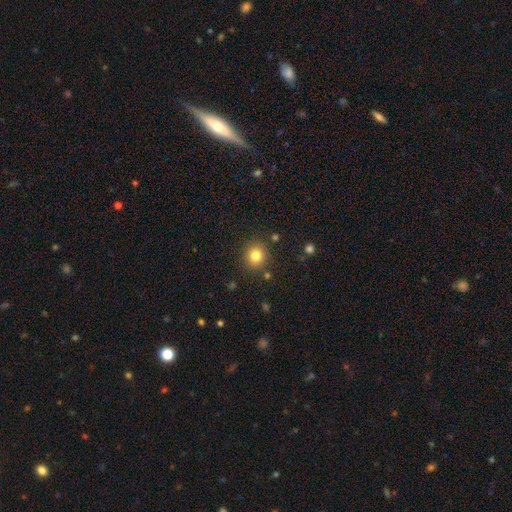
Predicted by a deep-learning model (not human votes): The model was most divided on "smooth or featured": smooth: 82%, star or artifact: 12%, featured or disk: 6%. More confident: how rounded — round (88%); merging — none (86%).